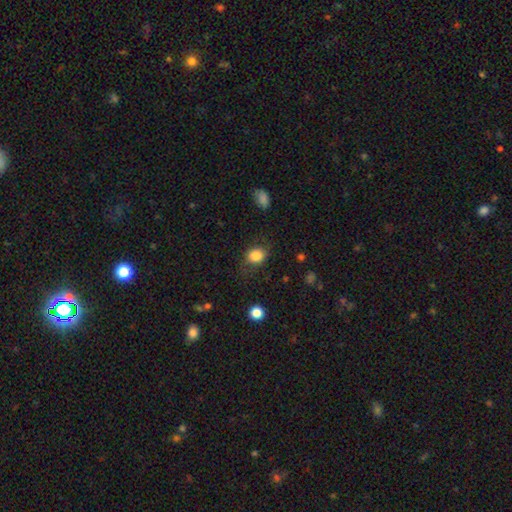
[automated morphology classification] Q: Smooth or featured?
A: smooth (84%); runner-up: star or artifact (9%)
Q: How rounded?
A: round (62%); runner-up: in between (37%)
Q: Merging?
A: none (71%); runner-up: minor disturbance (19%)